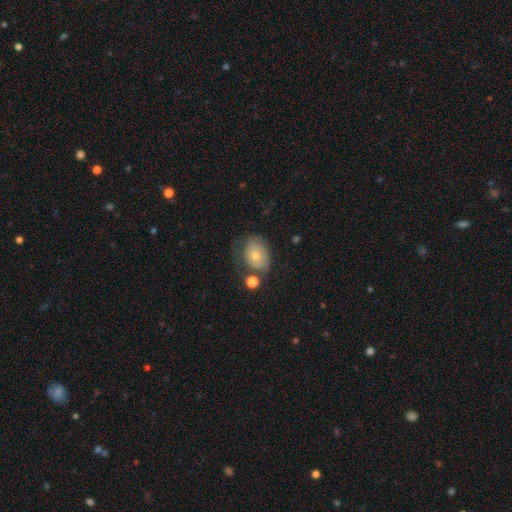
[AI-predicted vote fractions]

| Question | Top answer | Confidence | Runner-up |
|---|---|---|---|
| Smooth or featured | smooth | 62% | featured or disk (30%) |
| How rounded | in between | 63% | round (36%) |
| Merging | none | 46% | minor disturbance (27%) |